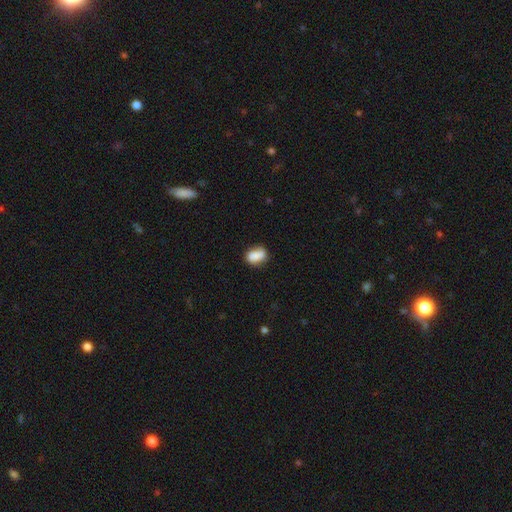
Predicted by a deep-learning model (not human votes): Smooth or featured?
  - smooth: 83% *
  - featured or disk: 10%
  - star or artifact: 8%
How rounded?
  - in between: 77% *
  - round: 19%
  - cigar-shaped: 4%
Merging?
  - none: 66% *
  - minor disturbance: 23%
  - major disturbance: 6%
  - merger: 5%